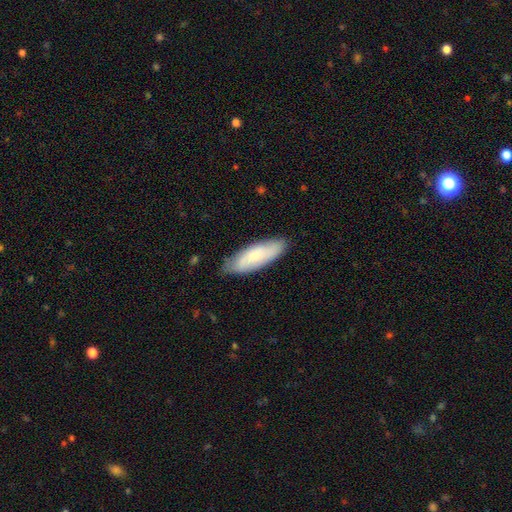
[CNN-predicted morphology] This is likely a smooth galaxy (64%). How rounded: possibly in between (57%). Merging: likely none (80%).